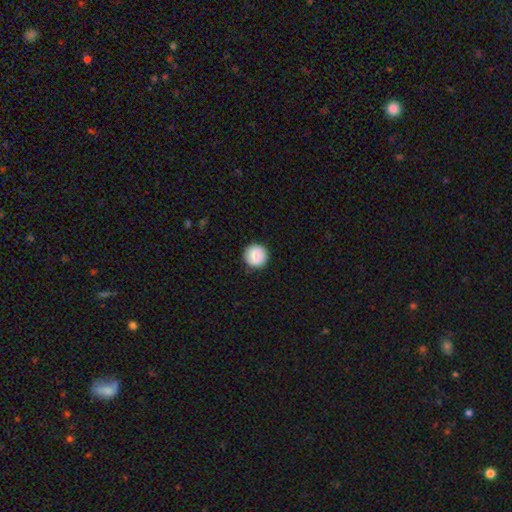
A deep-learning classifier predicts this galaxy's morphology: This appears to be a smooth galaxy with no disk features (86%) that is round (96%). Merging: none (90%).